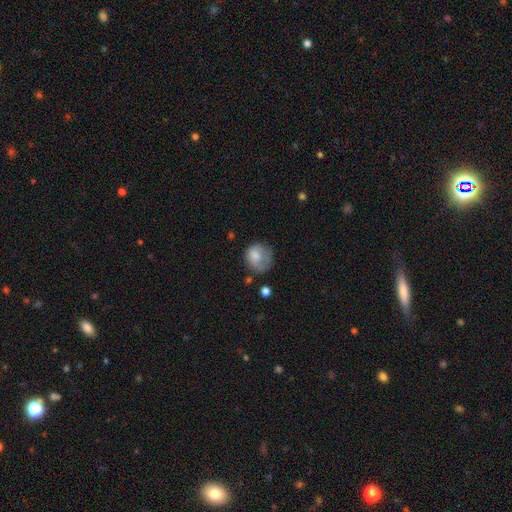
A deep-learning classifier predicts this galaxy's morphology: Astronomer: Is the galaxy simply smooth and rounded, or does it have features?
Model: smooth — 74%.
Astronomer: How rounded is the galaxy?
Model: round — 76%.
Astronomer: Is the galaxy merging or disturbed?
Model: none — 47% (runner-up: minor disturbance, 29%).